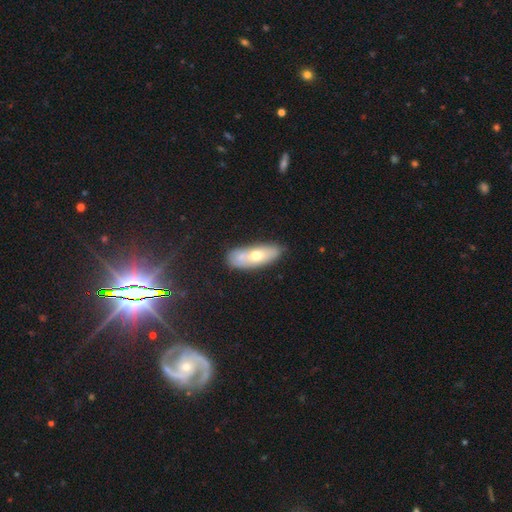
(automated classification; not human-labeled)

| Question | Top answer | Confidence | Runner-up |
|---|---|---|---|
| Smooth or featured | smooth | 58% | featured or disk (35%) |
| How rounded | in between | 69% | cigar-shaped (28%) |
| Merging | none | 64% | merger (16%) |